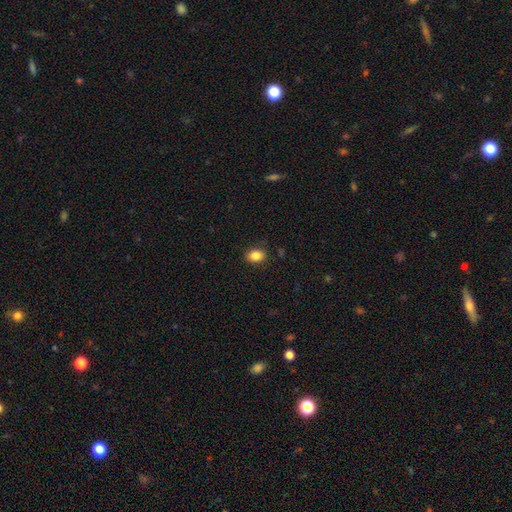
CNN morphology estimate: A smooth galaxy with no disk features (86%) that is in between round and cigar-shaped (74%).

Vote fractions:
- Smooth or featured? smooth: 86% / star or artifact: 9% / featured or disk: 5%
- How rounded? in between: 74% / round: 25% / cigar-shaped: 1%
- Merging? none: 85% / minor disturbance: 11% / major disturbance: 3% / merger: 1%